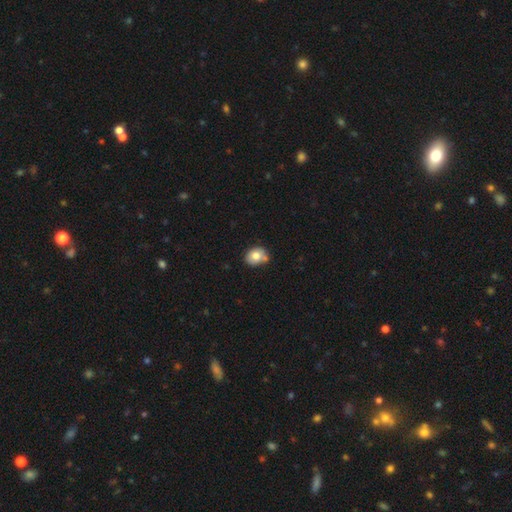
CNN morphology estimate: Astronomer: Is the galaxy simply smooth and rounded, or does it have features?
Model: smooth — 77%.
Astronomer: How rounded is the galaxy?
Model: round — 51% (runner-up: in between, 48%).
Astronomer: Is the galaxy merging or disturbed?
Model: none — 61%.